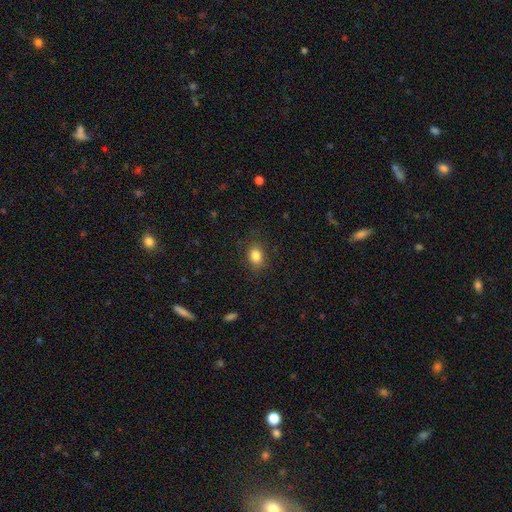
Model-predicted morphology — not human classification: Smooth or featured? smooth (84%)
How rounded? in between (68%)
Merging? none (83%)